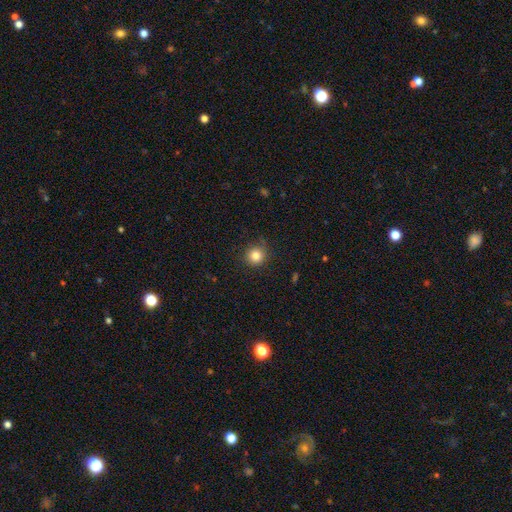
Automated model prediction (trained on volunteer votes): Smooth or featured?
  - smooth: 83% *
  - star or artifact: 12%
  - featured or disk: 5%
How rounded?
  - round: 93% *
  - in between: 6%
  - cigar-shaped: 1%
Merging?
  - none: 86% *
  - minor disturbance: 10%
  - major disturbance: 3%
  - merger: 1%